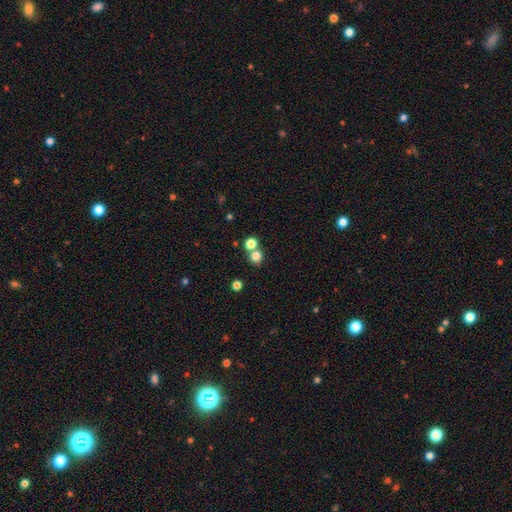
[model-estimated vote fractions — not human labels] Q: Smooth or featured?
A: smooth (78%); runner-up: star or artifact (15%)
Q: How rounded?
A: round (84%); runner-up: in between (15%)
Q: Merging?
A: none (58%); runner-up: merger (32%)